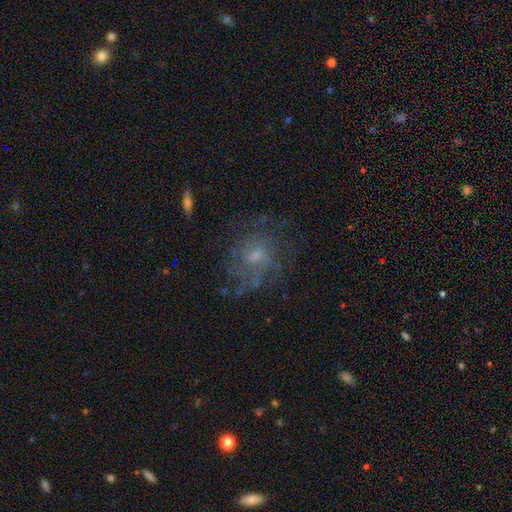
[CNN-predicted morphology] smooth-or-featured: featured or disk: 64% | smooth: 19% | star or artifact: 17%
  disk-edge-on: no: 97% | yes: 3%
    bar: no: 67% | weak: 29% | strong: 4%
    has-spiral-arms: yes: 81% | no: 19%
    bulge-size: small: 46% | moderate: 40% | none: 9% | large: 4% | dominant: 1%
  merging: none: 67% | minor disturbance: 16% | major disturbance: 14% | merger: 2%